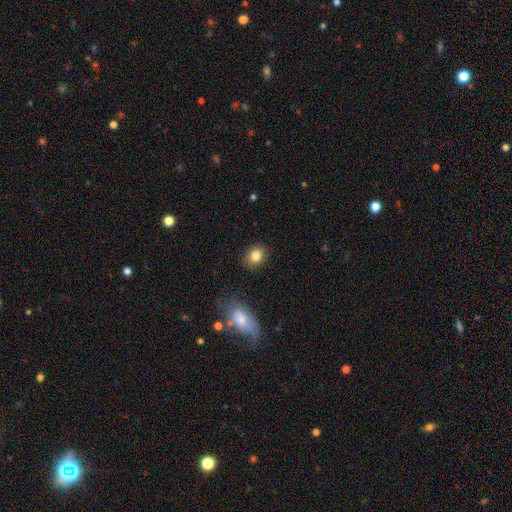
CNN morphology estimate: smooth-or-featured: smooth: 84% | star or artifact: 9% | featured or disk: 7%
  how-rounded: in between: 52% | round: 46% | cigar-shaped: 1%
  merging: none: 86% | minor disturbance: 10% | major disturbance: 3% | merger: 2%